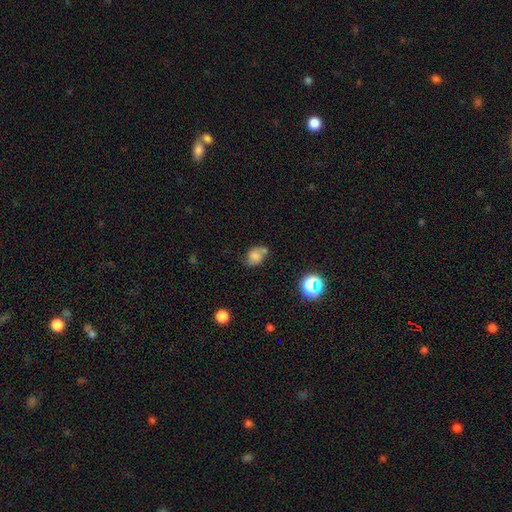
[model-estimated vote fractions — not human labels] Smooth or featured? Predicted: smooth (p=0.69). How rounded? Predicted: in between (p=0.54). Merging? Predicted: none (p=0.44).